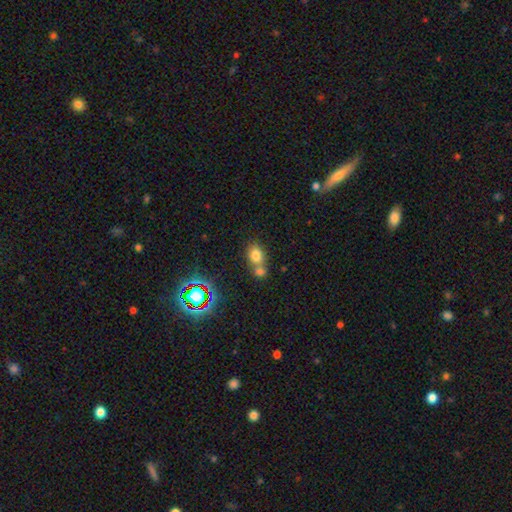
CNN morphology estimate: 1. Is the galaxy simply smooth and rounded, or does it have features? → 75% smooth, 14% star or artifact, 10% featured or disk.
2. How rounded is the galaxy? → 58% in between, 40% round, 2% cigar-shaped.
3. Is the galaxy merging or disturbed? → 47% merger, 41% none, 9% minor disturbance, 3% major disturbance.